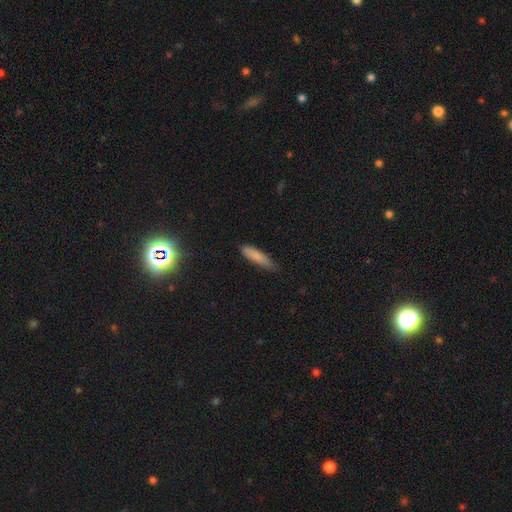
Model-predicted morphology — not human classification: The model was most divided on "merging": none: 70%, minor disturbance: 25%, major disturbance: 4%, merger: 1%. More confident: smooth or featured — smooth (81%); how rounded — cigar-shaped (75%).